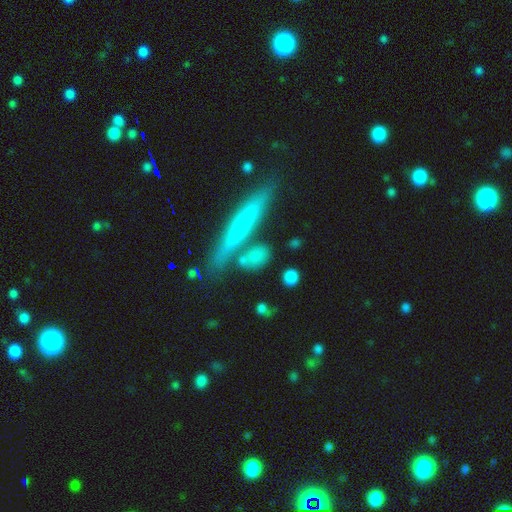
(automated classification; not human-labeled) smooth-or-featured: smooth: 72% | featured or disk: 18% | star or artifact: 10%
  how-rounded: in between: 52% | cigar-shaped: 29% | round: 19%
  merging: none: 68% | minor disturbance: 14% | merger: 11% | major disturbance: 7%